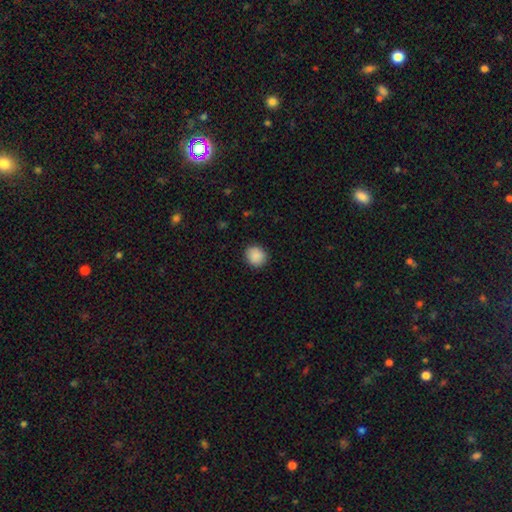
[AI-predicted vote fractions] This appears to be a smooth galaxy with no disk features (89%) that is round (86%). Merging: none (90%).